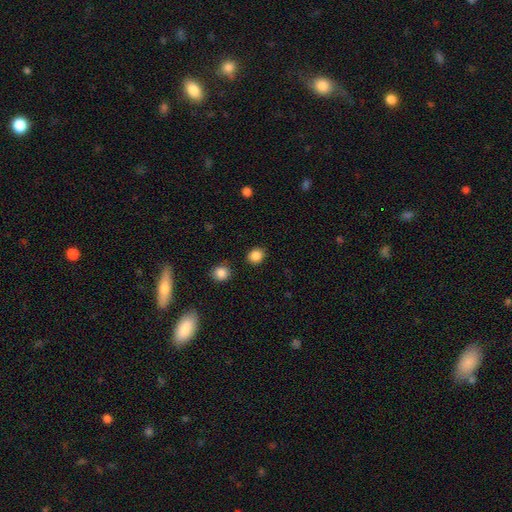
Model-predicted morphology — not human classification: Q: Smooth or featured?
A: smooth (87%); runner-up: star or artifact (10%)
Q: How rounded?
A: round (74%); runner-up: in between (25%)
Q: Merging?
A: none (87%); runner-up: minor disturbance (8%)